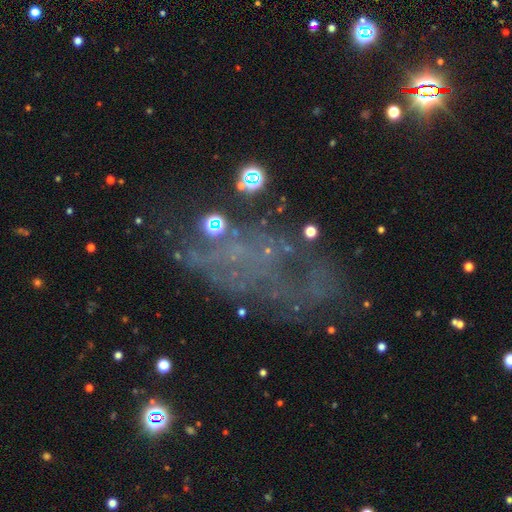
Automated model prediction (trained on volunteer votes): Morphology: type=featured or disk (49%); merging=none (43%).